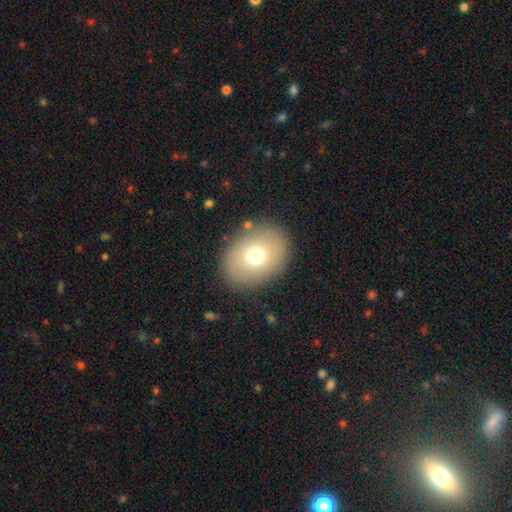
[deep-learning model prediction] A smooth galaxy with no disk features (70%) that is in between round and cigar-shaped (54%). Merging: none (85%).